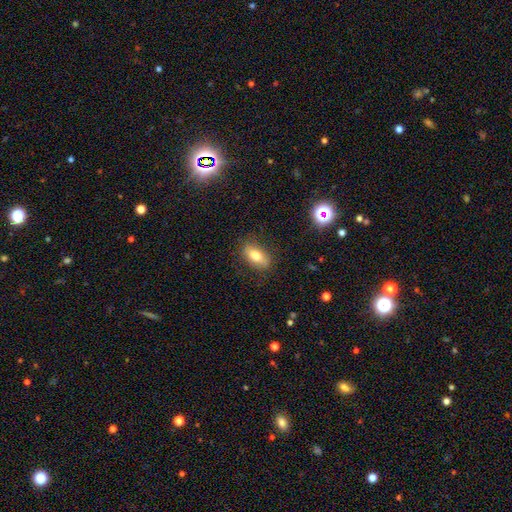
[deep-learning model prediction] Q: Smooth or featured?
A: smooth (74%); runner-up: featured or disk (17%)
Q: How rounded?
A: in between (86%); runner-up: cigar-shaped (8%)
Q: Merging?
A: none (82%); runner-up: minor disturbance (13%)